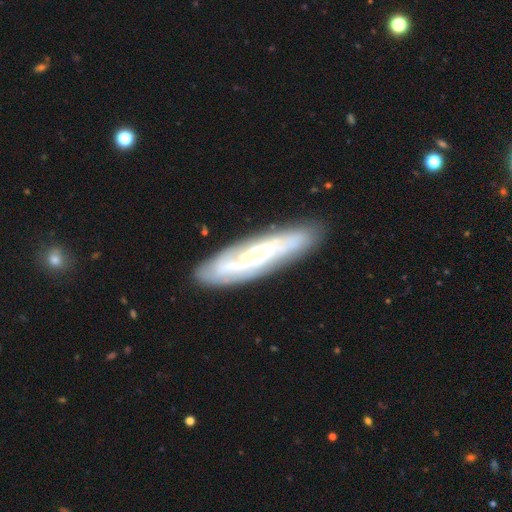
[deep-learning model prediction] Smooth or featured? featured or disk (69%)
Edge-on disk? no (62%)
Merging? none (80%)